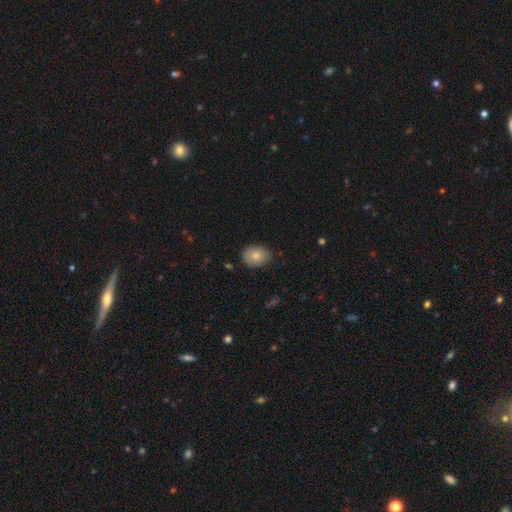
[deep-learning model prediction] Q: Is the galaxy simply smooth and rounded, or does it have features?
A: smooth — 80%.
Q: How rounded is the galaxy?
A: in between — 60%.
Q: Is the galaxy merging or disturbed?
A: none — 78%.